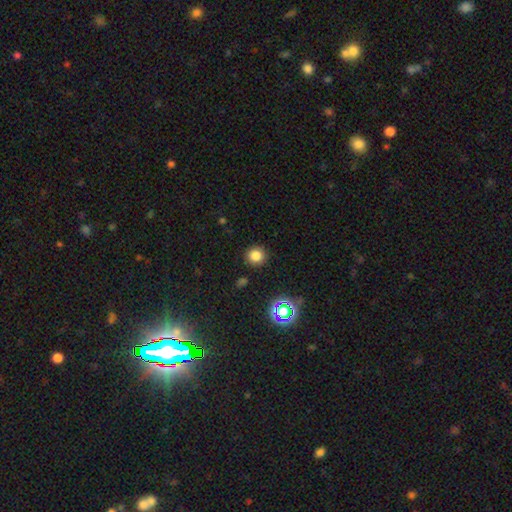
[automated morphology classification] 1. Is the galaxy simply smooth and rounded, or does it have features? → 79% smooth, 16% star or artifact, 5% featured or disk.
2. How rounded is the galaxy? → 92% round, 7% in between, 1% cigar-shaped.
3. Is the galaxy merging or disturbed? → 90% none, 6% minor disturbance, 2% major disturbance, 2% merger.